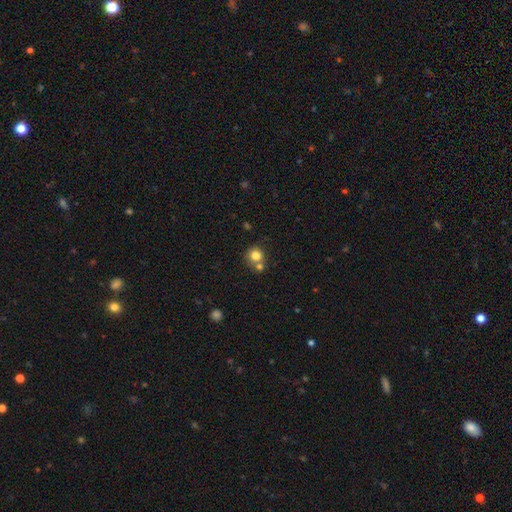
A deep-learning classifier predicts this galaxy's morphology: Smooth or featured?
  - smooth: 80% *
  - star or artifact: 11%
  - featured or disk: 9%
How rounded?
  - round: 87% *
  - in between: 13%
  - cigar-shaped: 1%
Merging?
  - none: 55% *
  - merger: 32%
  - minor disturbance: 9%
  - major disturbance: 3%